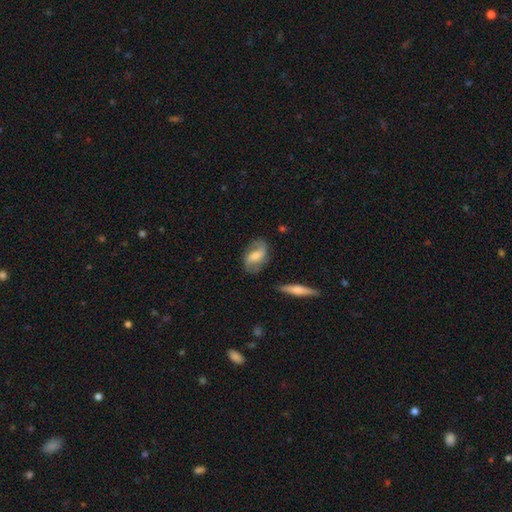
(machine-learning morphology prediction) This appears to be a featured or disk galaxy (65%) with a weak bar (45%), 2 (89%) loose (44%) spiral arms (90%) and a moderate central bulge (37%). Merging: none (74%).